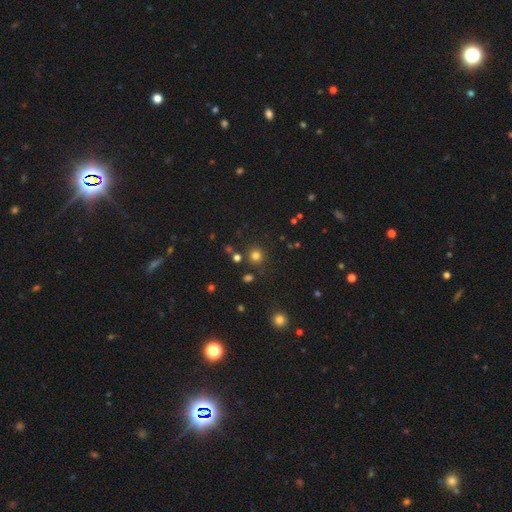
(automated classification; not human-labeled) This is likely a smooth galaxy (76%). How rounded: clearly round (93%). Merging: clearly none (85%).